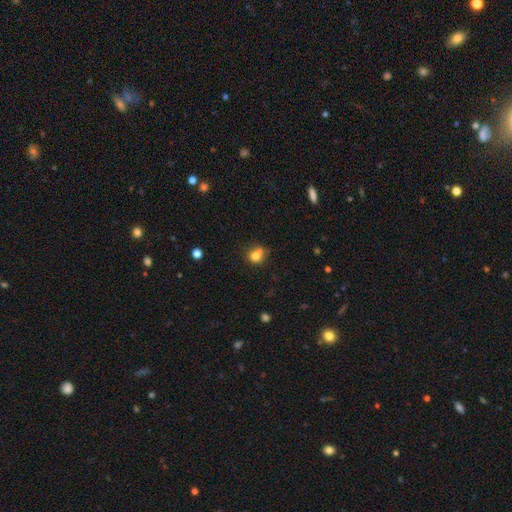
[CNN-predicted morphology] smooth 75%, featured or disk 13%, star or artifact 12%. Down the decision tree: how rounded — round (79%); merging — merger (43%).